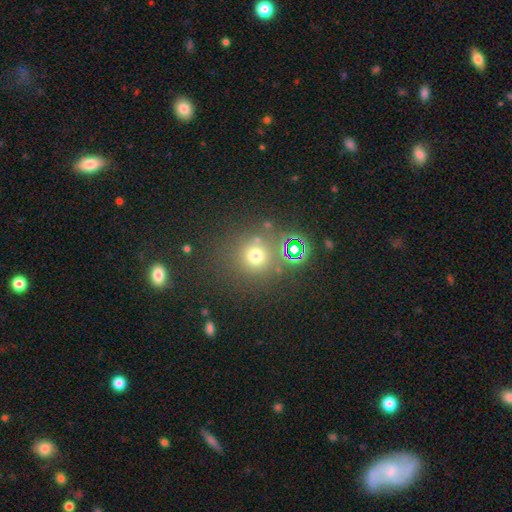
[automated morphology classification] A smooth galaxy with no disk features (67%) that is round (92%).

Vote fractions:
- Smooth or featured? smooth: 67% / star or artifact: 25% / featured or disk: 8%
- How rounded? round: 92% / in between: 7% / cigar-shaped: 1%
- Merging? none: 77% / minor disturbance: 9% / merger: 9% / major disturbance: 5%